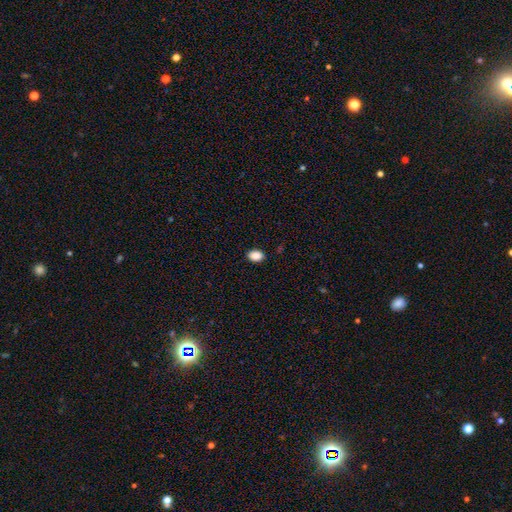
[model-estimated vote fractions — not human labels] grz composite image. It shows a smooth galaxy with no disk features (89%) that is in between round and cigar-shaped (84%). Merging: none (88%).